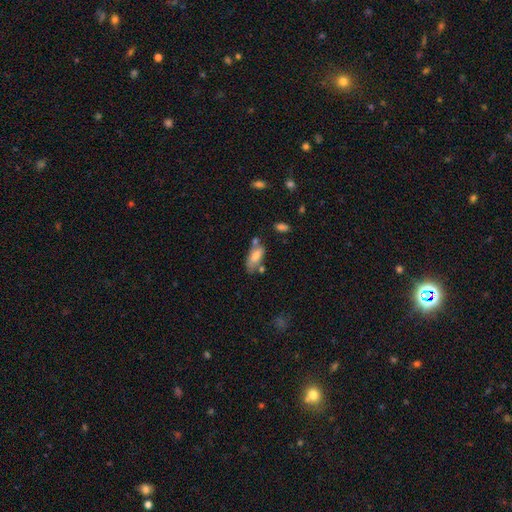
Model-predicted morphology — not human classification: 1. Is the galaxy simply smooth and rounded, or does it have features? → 69% smooth, 23% featured or disk, 7% star or artifact.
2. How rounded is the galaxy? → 80% in between, 18% cigar-shaped, 3% round.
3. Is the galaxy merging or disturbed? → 51% none, 22% minor disturbance, 19% merger, 7% major disturbance.